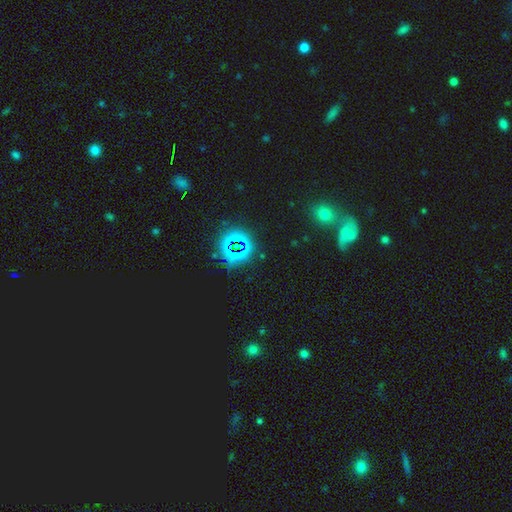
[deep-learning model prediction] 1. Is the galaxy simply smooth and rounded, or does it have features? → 72% star or artifact, 17% smooth, 11% featured or disk.